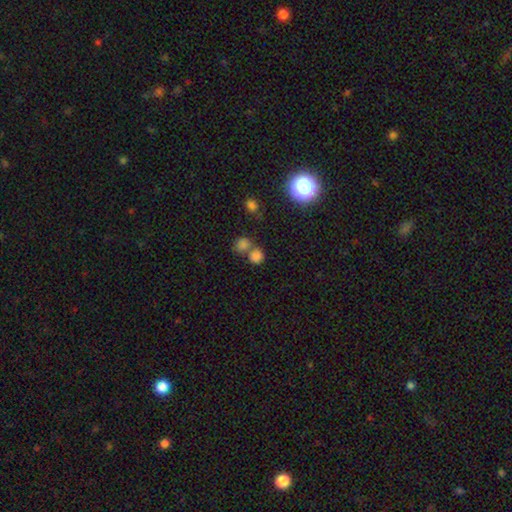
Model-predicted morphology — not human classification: Q: Smooth or featured?
A: smooth (76%); runner-up: star or artifact (17%)
Q: How rounded?
A: round (83%); runner-up: in between (16%)
Q: Merging?
A: none (46%); runner-up: merger (43%)